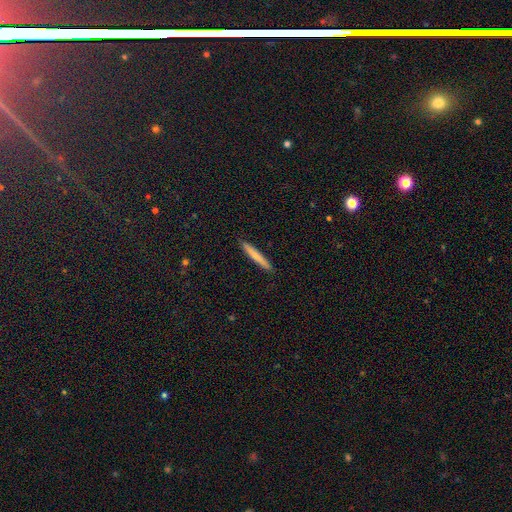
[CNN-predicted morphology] This appears to be a smooth galaxy with no disk features (66%) that is cigar-shaped (96%). Merging: none (92%).